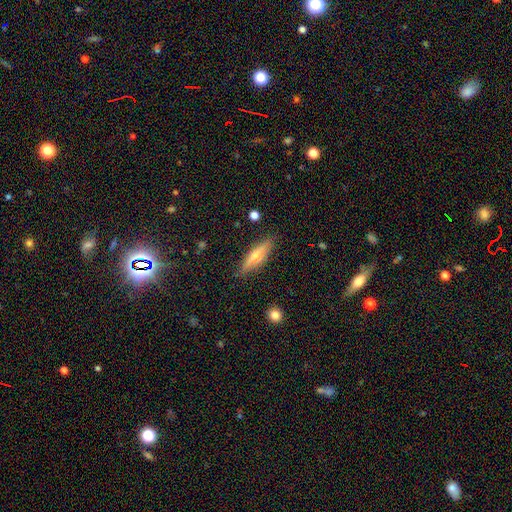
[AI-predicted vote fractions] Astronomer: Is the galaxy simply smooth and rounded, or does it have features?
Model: featured or disk — 61%.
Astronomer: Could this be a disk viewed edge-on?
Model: yes — 93%.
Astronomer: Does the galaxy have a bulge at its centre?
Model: rounded — 91%.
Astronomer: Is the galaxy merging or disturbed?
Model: none — 87%.